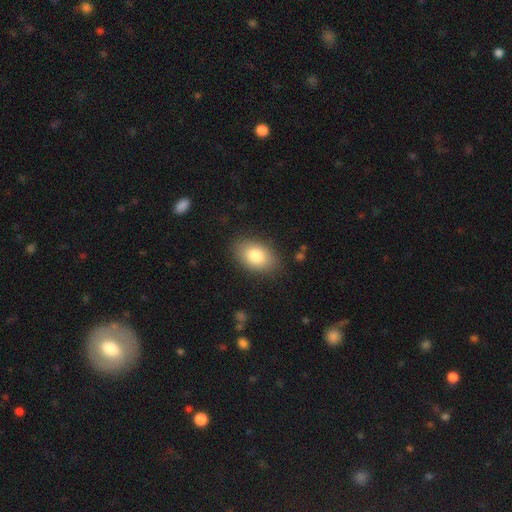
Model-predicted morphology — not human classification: Q: Smooth or featured?
A: smooth (81%); runner-up: featured or disk (11%)
Q: How rounded?
A: in between (87%); runner-up: round (12%)
Q: Merging?
A: none (85%); runner-up: minor disturbance (11%)